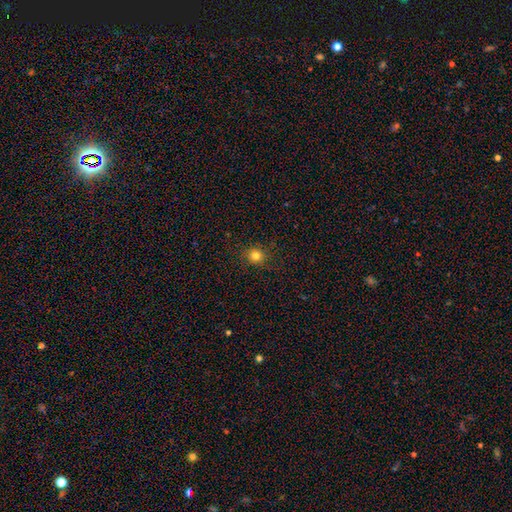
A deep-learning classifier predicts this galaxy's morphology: This appears to be a smooth galaxy with no disk features (81%) that is round (90%). Merging: none (89%).